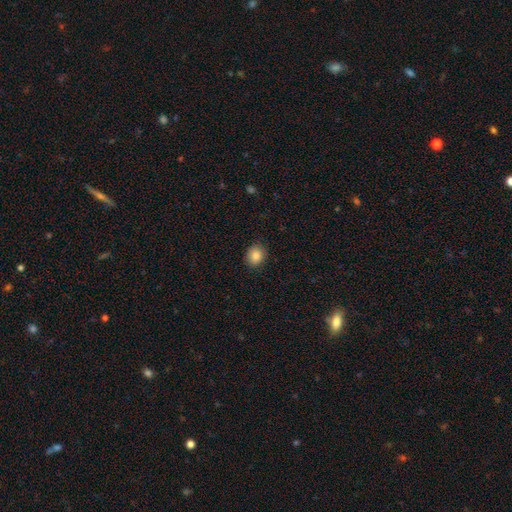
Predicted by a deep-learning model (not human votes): A smooth galaxy with no disk features (86%) that is round (64%). Merging: none (88%).